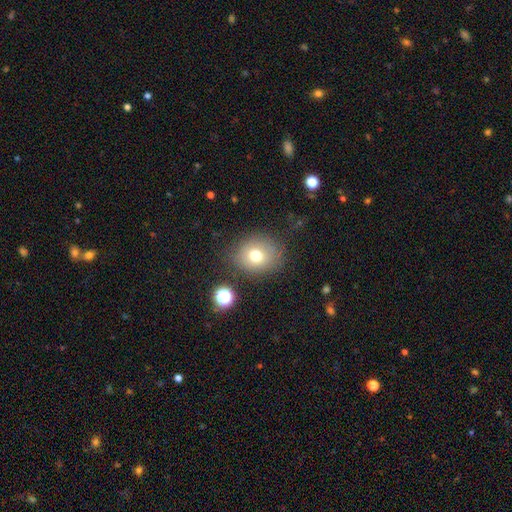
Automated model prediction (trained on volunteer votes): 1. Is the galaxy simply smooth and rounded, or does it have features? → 72% smooth, 14% featured or disk, 14% star or artifact.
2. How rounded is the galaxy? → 62% round, 37% in between, 1% cigar-shaped.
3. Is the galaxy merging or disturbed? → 75% none, 16% minor disturbance, 7% major disturbance, 3% merger.